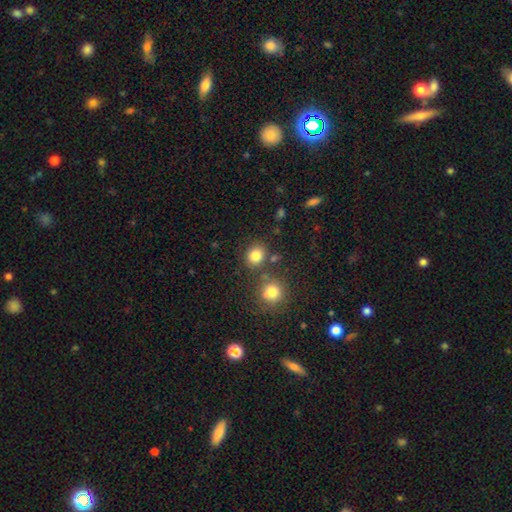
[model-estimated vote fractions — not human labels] A smooth galaxy with no disk features (82%) that is round (70%).

Vote fractions:
- Smooth or featured? smooth: 82% / star or artifact: 12% / featured or disk: 6%
- How rounded? round: 70% / in between: 29% / cigar-shaped: 1%
- Merging? none: 77% / merger: 10% / minor disturbance: 10% / major disturbance: 3%